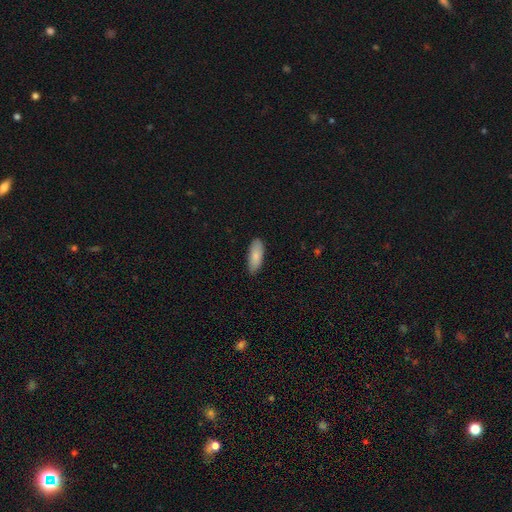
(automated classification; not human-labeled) Smooth or featured? smooth (85%)
How rounded? in between (75%)
Merging? none (85%)